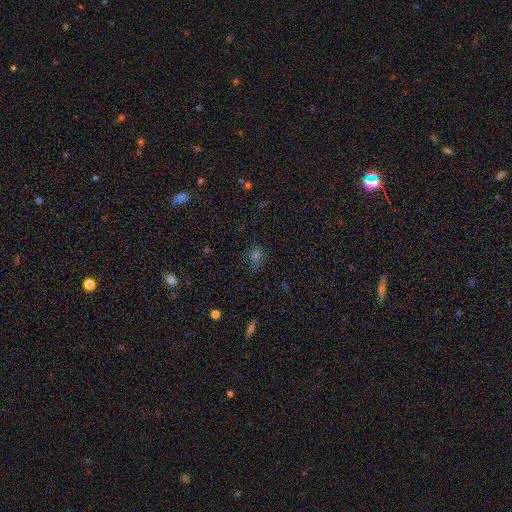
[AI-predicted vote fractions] Smooth or featured: smooth — 50% (star or artifact — 36%)
Merging: none — 70% (minor disturbance — 19%)